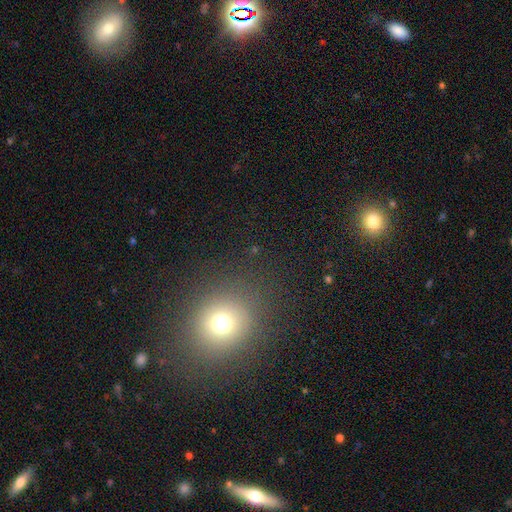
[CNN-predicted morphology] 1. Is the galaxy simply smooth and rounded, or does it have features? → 62% smooth, 29% star or artifact, 9% featured or disk.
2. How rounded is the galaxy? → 74% round, 24% in between, 1% cigar-shaped.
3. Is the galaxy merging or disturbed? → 88% none, 7% minor disturbance, 3% major disturbance, 2% merger.